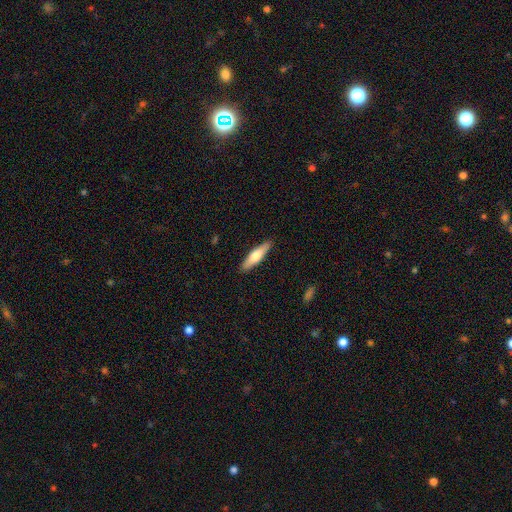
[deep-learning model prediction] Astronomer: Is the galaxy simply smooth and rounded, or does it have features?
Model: smooth — 60%.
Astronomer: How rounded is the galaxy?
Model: cigar-shaped — 71%.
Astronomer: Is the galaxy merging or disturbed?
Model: none — 90%.